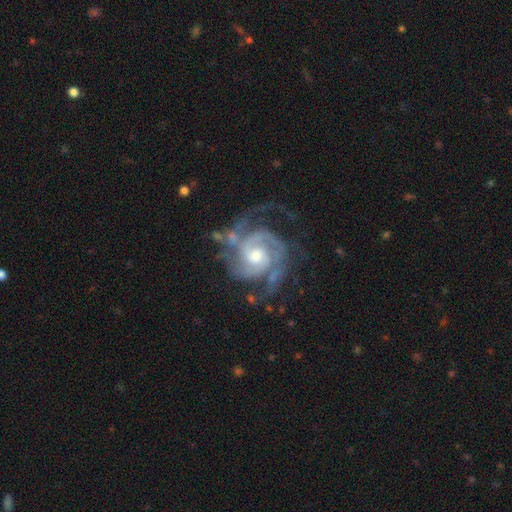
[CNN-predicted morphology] Smooth or featured?
  - featured or disk: 93% *
  - star or artifact: 4%
  - smooth: 3%
Edge-on disk?
  - no: 98% *
  - yes: 2%
Bar?
  - no: 61% *
  - weak: 31%
  - strong: 8%
Spiral arms?
  - yes: 98% *
  - no: 2%
Spiral winding?
  - tight: 57% *
  - medium: 37%
  - loose: 6%
Spiral arm count?
  - 2: 45% *
  - 3: 30%
  - can't tell: 11%
  - 4: 6%
  - 1: 5%
  - more than 4: 4%
Bulge size?
  - moderate: 65% *
  - small: 24%
  - large: 8%
  - none: 2%
  - dominant: 1%
Merging?
  - none: 62% *
  - minor disturbance: 20%
  - major disturbance: 15%
  - merger: 3%